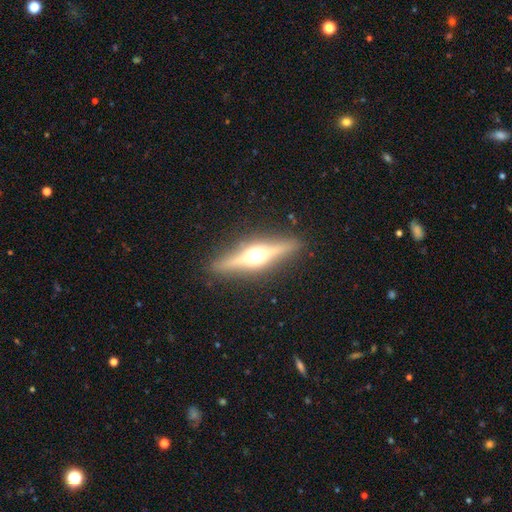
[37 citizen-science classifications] This appears to be a featured or disk galaxy (86%) viewed edge-on (91%) with a rounded central bulge (93%). Merging: none (86%).